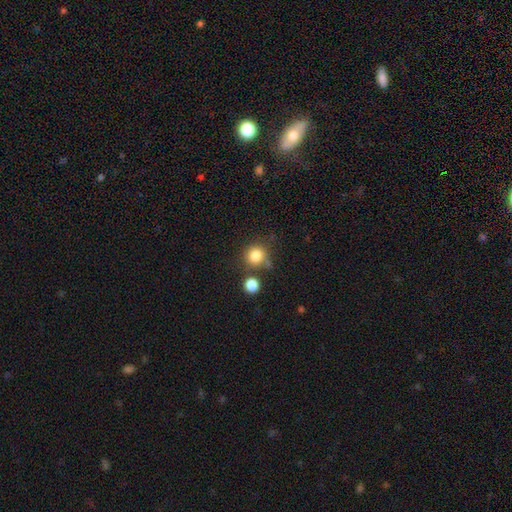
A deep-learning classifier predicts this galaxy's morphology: smooth-or-featured: smooth: 82% | star or artifact: 11% | featured or disk: 7%
  how-rounded: round: 90% | in between: 9% | cigar-shaped: 1%
  merging: none: 65% | merger: 15% | minor disturbance: 15% | major disturbance: 6%